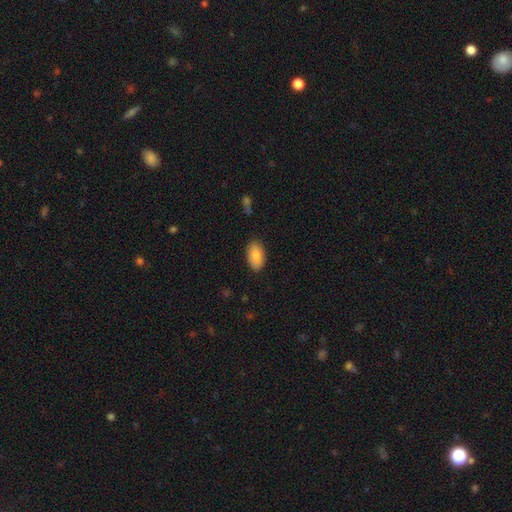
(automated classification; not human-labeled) Smooth or featured?
  - smooth: 84% *
  - featured or disk: 10%
  - star or artifact: 7%
How rounded?
  - in between: 94% *
  - round: 4%
  - cigar-shaped: 2%
Merging?
  - none: 86% *
  - minor disturbance: 11%
  - major disturbance: 2%
  - merger: 1%